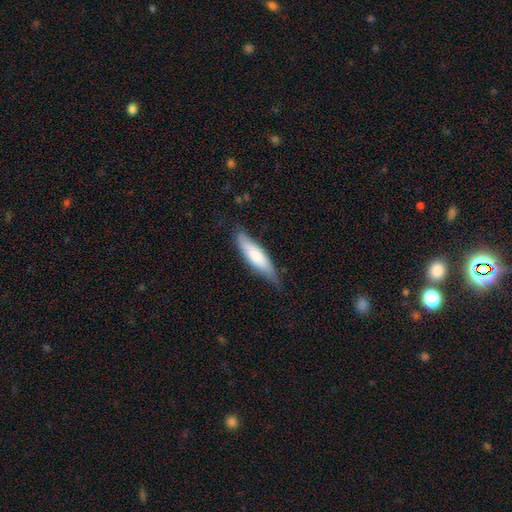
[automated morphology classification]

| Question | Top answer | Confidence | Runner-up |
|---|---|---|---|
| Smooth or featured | smooth | 72% | featured or disk (23%) |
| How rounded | cigar-shaped | 65% | in between (34%) |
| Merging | none | 69% | minor disturbance (25%) |